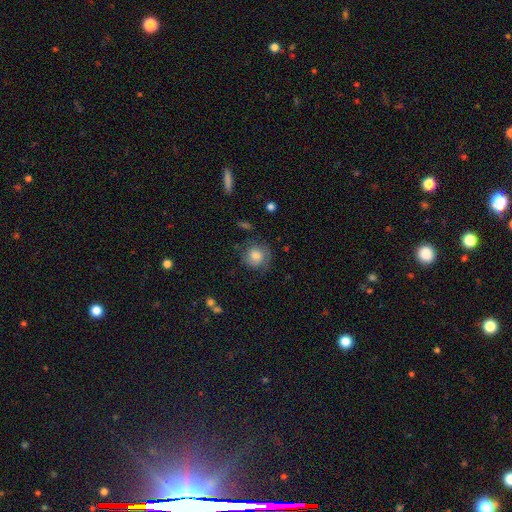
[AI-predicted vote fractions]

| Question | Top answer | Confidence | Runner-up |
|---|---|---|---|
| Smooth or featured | smooth | 71% | featured or disk (20%) |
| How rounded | round | 86% | in between (13%) |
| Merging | none | 69% | minor disturbance (20%) |